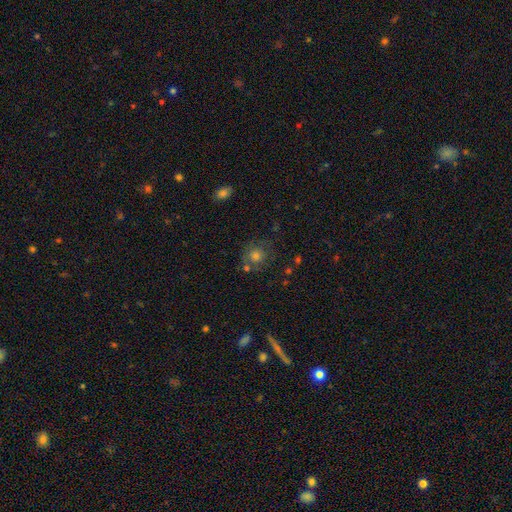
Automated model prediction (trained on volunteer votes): A smooth galaxy with no disk features (63%) that is round (86%). Merging: none (69%).